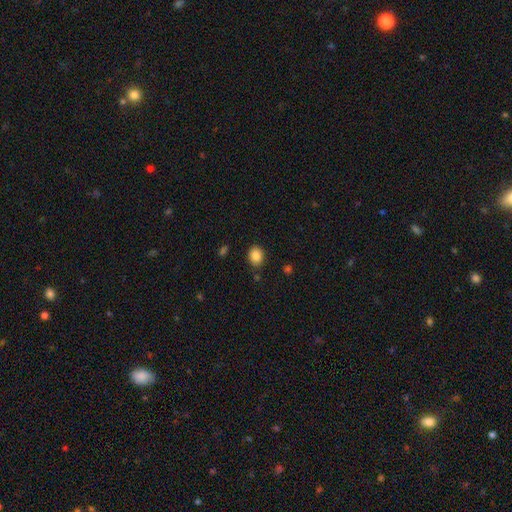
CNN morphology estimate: Smooth or featured? smooth (86%)
How rounded? round (51%)
Merging? none (85%)